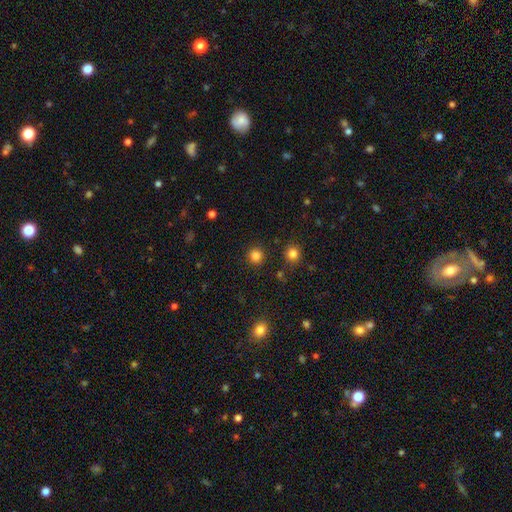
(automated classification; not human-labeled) smooth-or-featured: smooth: 83% | star or artifact: 13% | featured or disk: 4%
  how-rounded: round: 93% | in between: 6% | cigar-shaped: 1%
  merging: none: 90% | minor disturbance: 5% | major disturbance: 2% | merger: 2%